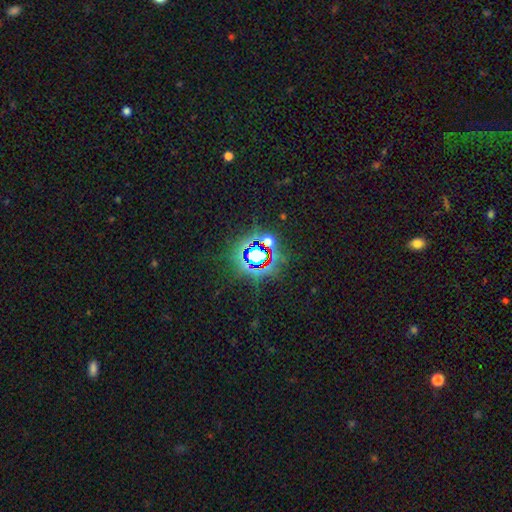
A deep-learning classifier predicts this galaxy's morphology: Smooth or featured? star or artifact (79%)